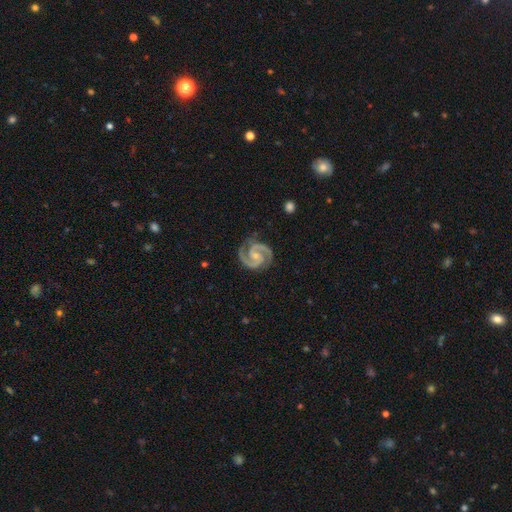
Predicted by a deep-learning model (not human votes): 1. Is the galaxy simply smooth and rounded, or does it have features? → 95% featured or disk, 3% star or artifact, 2% smooth.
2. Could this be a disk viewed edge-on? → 99% no, 1% yes.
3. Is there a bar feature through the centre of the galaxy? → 51% no, 36% weak, 13% strong.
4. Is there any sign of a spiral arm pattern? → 99% yes, 1% no.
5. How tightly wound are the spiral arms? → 50% medium, 45% tight, 5% loose.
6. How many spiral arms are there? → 94% 2, 2% 3, 1% can't tell, 1% 1, 1% 4, 1% more than 4.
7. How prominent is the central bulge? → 64% small, 26% moderate, 8% none, 1% large, 1% dominant.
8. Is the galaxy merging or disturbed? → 83% none, 13% minor disturbance, 3% major disturbance, 1% merger.